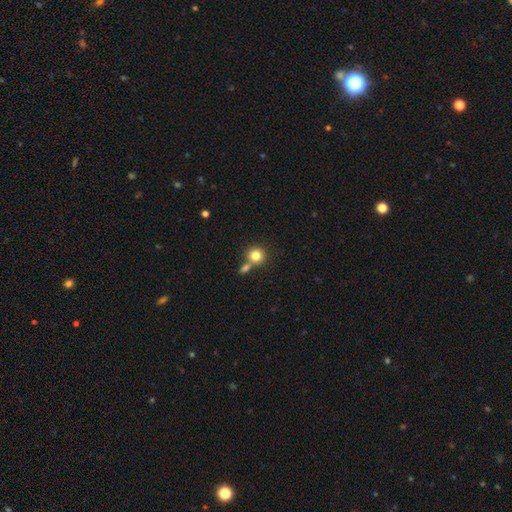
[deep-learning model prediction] smooth 81%, star or artifact 11%, featured or disk 8%. Down the decision tree: how rounded — round (87%); merging — none (57%).